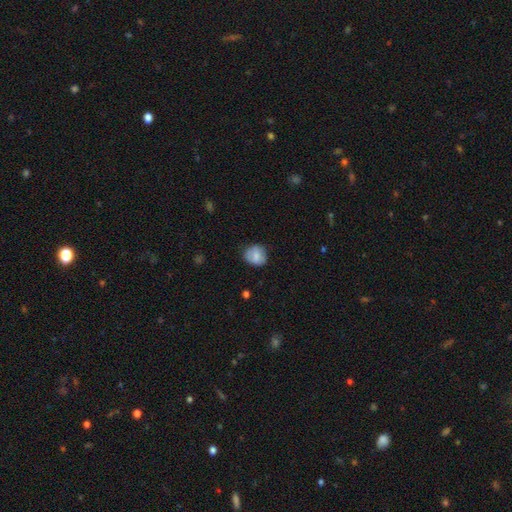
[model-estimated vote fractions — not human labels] A smooth galaxy with no disk features (73%) that is round (72%).

Vote fractions:
- Smooth or featured? smooth: 73% / featured or disk: 20% / star or artifact: 8%
- How rounded? round: 72% / in between: 27% / cigar-shaped: 1%
- Merging? none: 73% / minor disturbance: 20% / major disturbance: 5% / merger: 1%